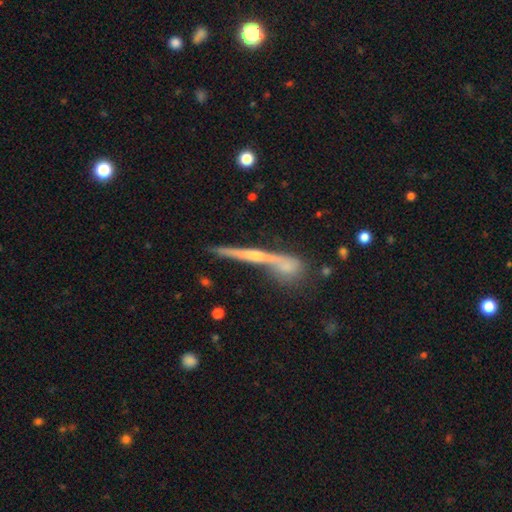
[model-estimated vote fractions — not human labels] Smooth or featured? Predicted: featured or disk (p=0.66). Edge-on disk? Predicted: yes (p=0.95). Edge-on bulge? Predicted: rounded (p=0.59). Merging? Predicted: none (p=0.66).